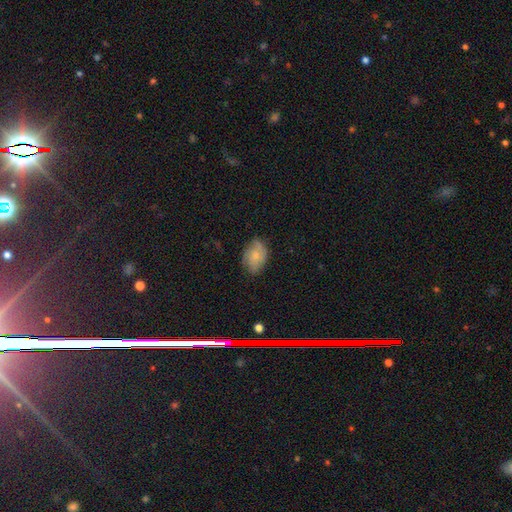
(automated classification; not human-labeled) Q: Smooth or featured?
A: smooth (63%); runner-up: featured or disk (30%)
Q: How rounded?
A: in between (81%); runner-up: round (18%)
Q: Merging?
A: none (69%); runner-up: minor disturbance (24%)